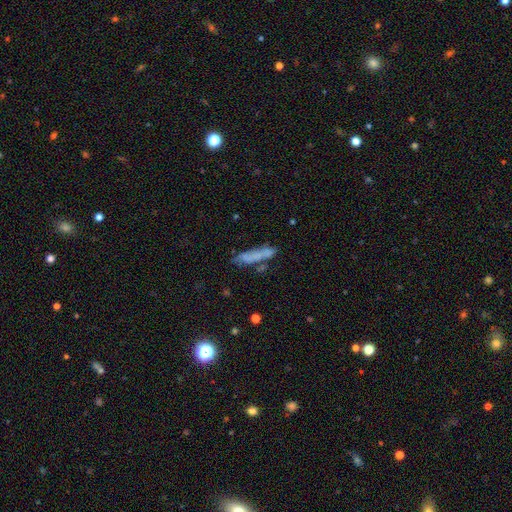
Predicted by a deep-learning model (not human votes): Q: Smooth or featured?
A: smooth (56%); runner-up: featured or disk (31%)
Q: How rounded?
A: cigar-shaped (80%); runner-up: in between (17%)
Q: Merging?
A: none (57%); runner-up: minor disturbance (20%)